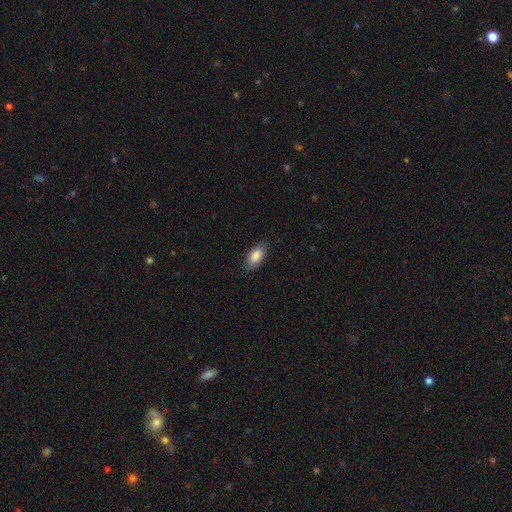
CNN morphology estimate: Q: Smooth or featured?
A: smooth (86%); runner-up: featured or disk (8%)
Q: How rounded?
A: in between (90%); runner-up: cigar-shaped (7%)
Q: Merging?
A: none (83%); runner-up: minor disturbance (14%)